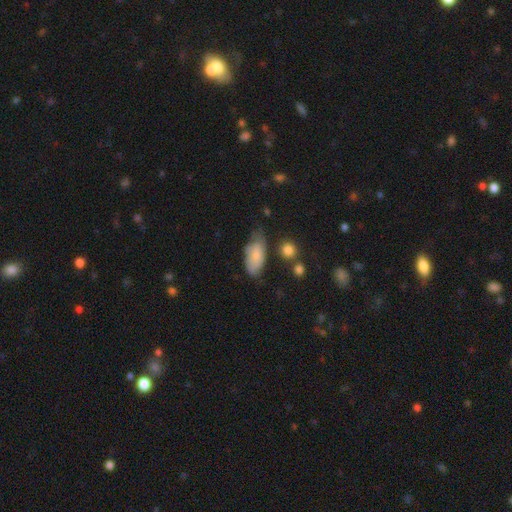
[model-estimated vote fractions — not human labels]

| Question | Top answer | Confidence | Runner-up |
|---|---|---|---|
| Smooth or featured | smooth | 74% | featured or disk (20%) |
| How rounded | in between | 90% | cigar-shaped (7%) |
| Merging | none | 46% | minor disturbance (37%) |